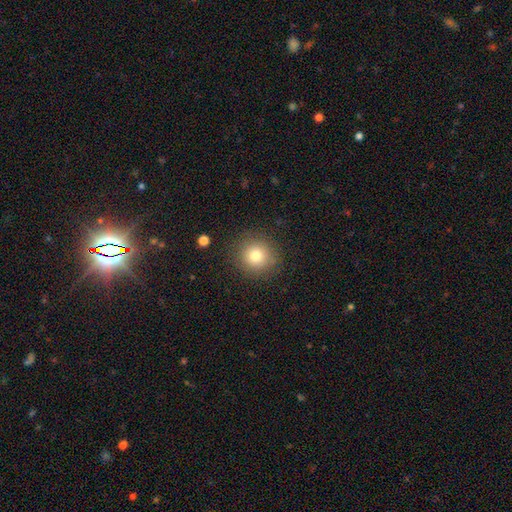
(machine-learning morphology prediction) type=smooth (79%); roundness=round (92%); merging=none (87%).